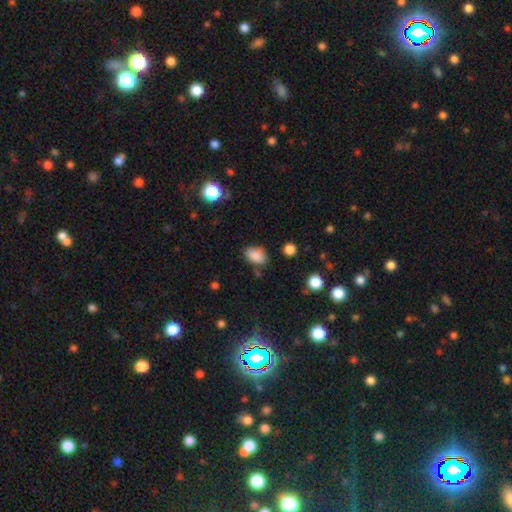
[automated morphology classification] Smooth or featured? Predicted: smooth (p=0.85). How rounded? Predicted: in between (p=0.82). Merging? Predicted: none (p=0.71).